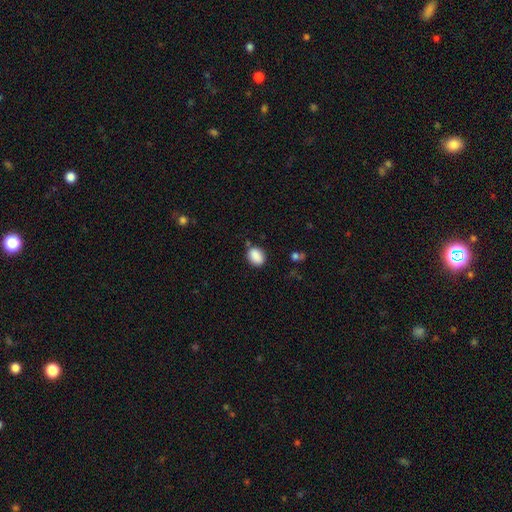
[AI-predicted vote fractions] Smooth or featured? Predicted: smooth (p=0.88). How rounded? Predicted: in between (p=0.69). Merging? Predicted: none (p=0.74).